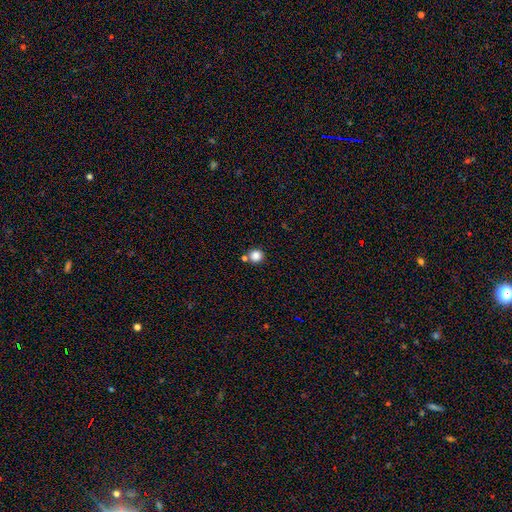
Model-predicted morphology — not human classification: A smooth galaxy with no disk features (84%) that is round (93%). Merging: none (73%).